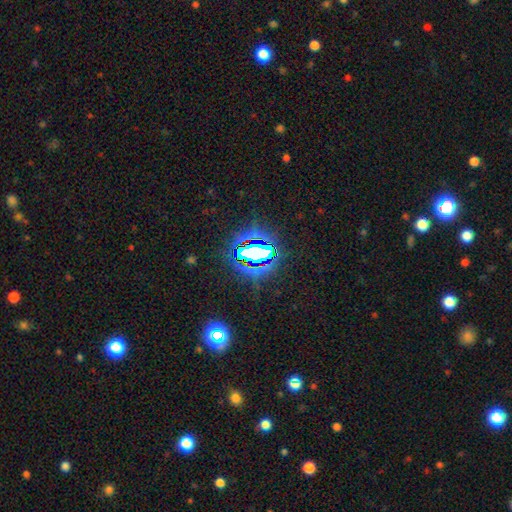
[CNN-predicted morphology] Smooth or featured? Predicted: star or artifact (p=0.74).